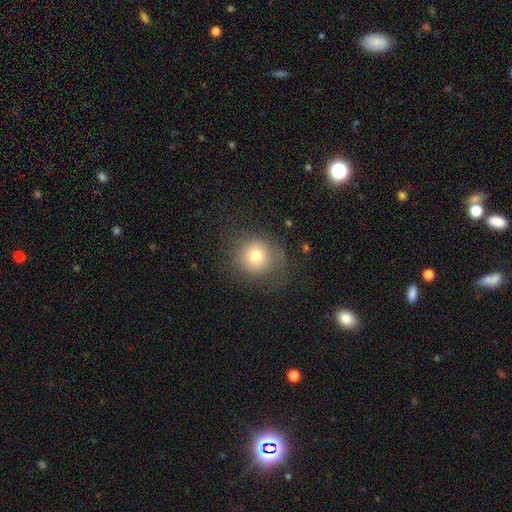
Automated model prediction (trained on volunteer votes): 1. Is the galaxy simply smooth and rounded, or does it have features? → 73% smooth, 13% star or artifact, 13% featured or disk.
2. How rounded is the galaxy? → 89% round, 10% in between, 1% cigar-shaped.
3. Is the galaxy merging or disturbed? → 75% none, 14% minor disturbance, 9% major disturbance, 1% merger.